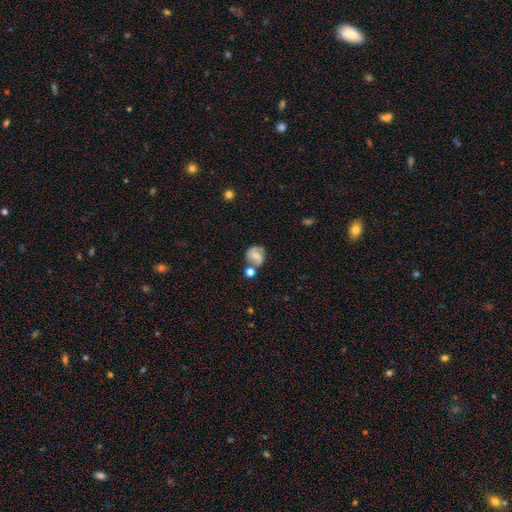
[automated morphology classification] type=featured or disk (50%); edge-on=no (98%); merging=none (53%).